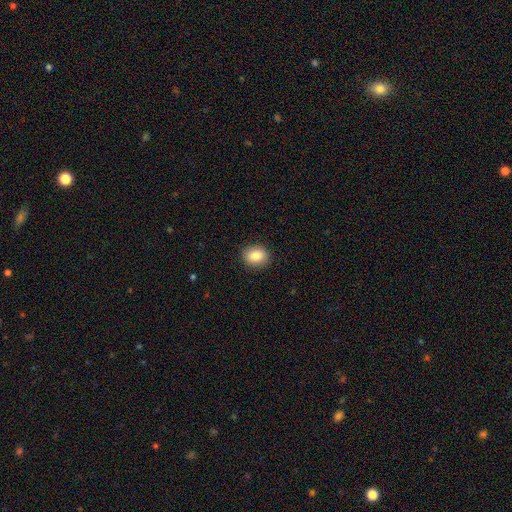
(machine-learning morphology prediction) This appears to be a smooth galaxy with no disk features (85%) that is round (51%). Merging: none (90%).